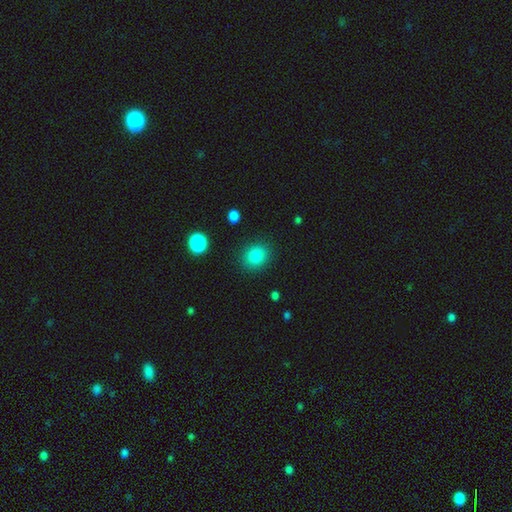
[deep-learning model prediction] Smooth or featured? smooth (85%)
How rounded? round (73%)
Merging? none (87%)